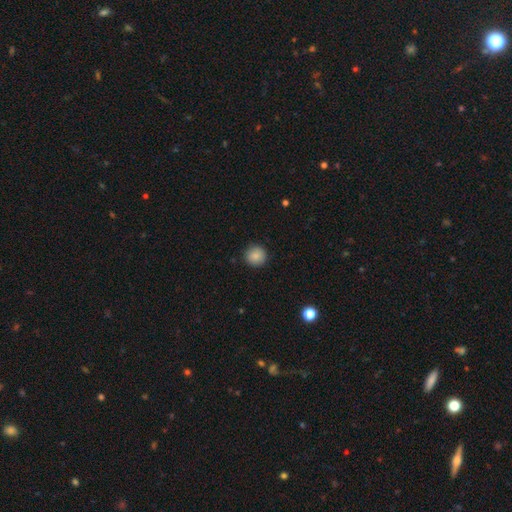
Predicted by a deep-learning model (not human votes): Smooth or featured: smooth — 86% (star or artifact — 9%)
How rounded: round — 94% (in between — 5%)
Merging: none — 90% (minor disturbance — 7%)